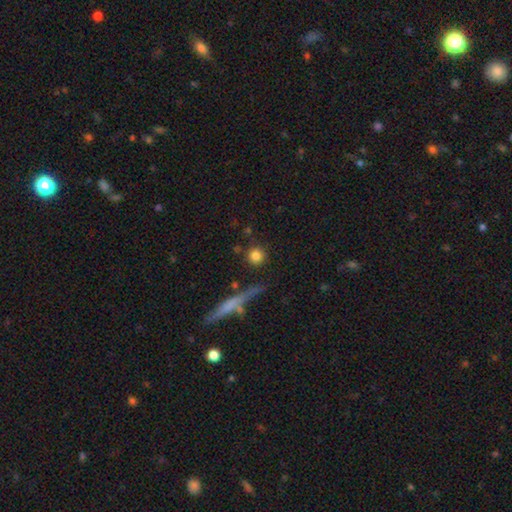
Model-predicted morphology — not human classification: Smooth or featured: smooth — 82% (star or artifact — 10%)
How rounded: round — 93% (in between — 5%)
Merging: none — 84% (minor disturbance — 7%)